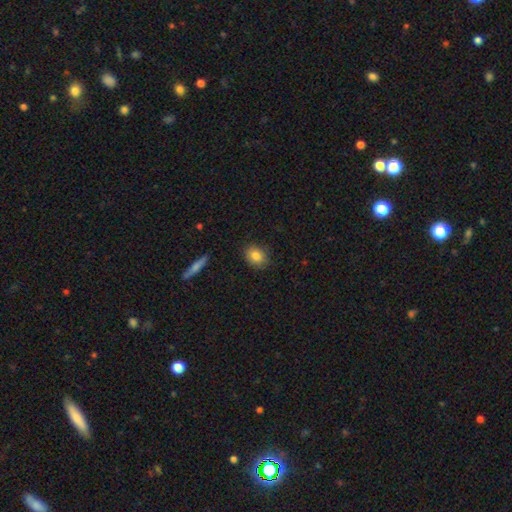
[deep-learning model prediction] The model was most divided on "how rounded": round: 54%, in between: 45%, cigar-shaped: 2%. More confident: merging — none (87%); smooth or featured — smooth (83%).